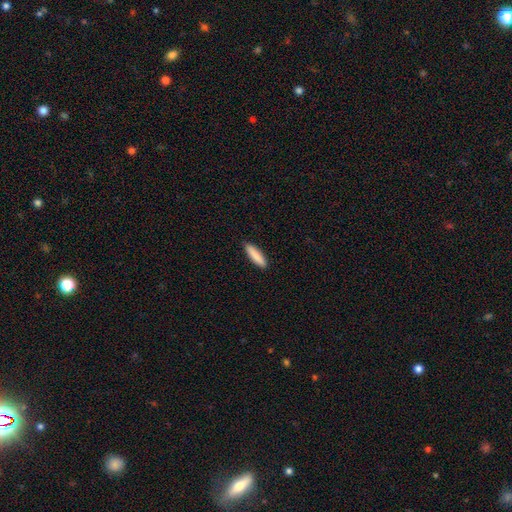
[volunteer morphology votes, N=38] Smooth or featured?
  - smooth: 92% *
  - featured or disk: 5%
  - star or artifact: 3%
How rounded?
  - cigar-shaped: 63% *
  - in between: 34%
  - round: 3%
Merging?
  - none: 84% *
  - minor disturbance: 11%
  - major disturbance: 3%
  - merger: 3%